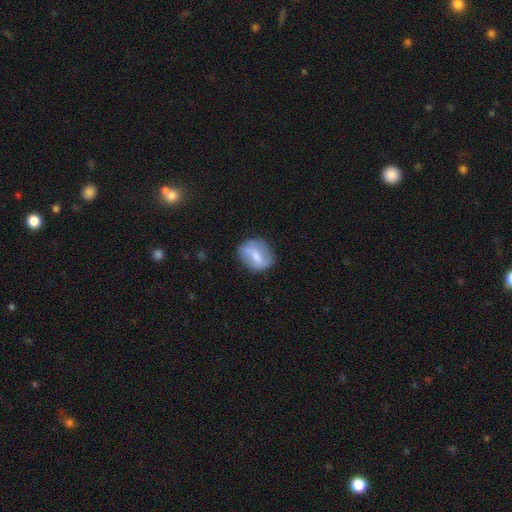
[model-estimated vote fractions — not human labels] Smooth or featured? smooth (49%)
Merging? none (69%)